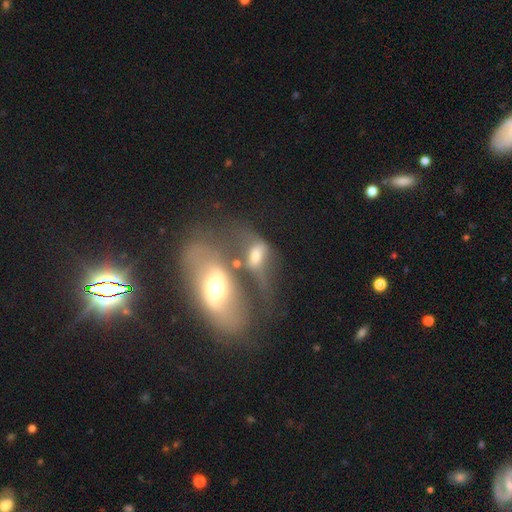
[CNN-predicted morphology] Smooth or featured? Predicted: featured or disk (p=0.56). Edge-on disk? Predicted: no (p=0.75). Merging? Predicted: merger (p=0.57).